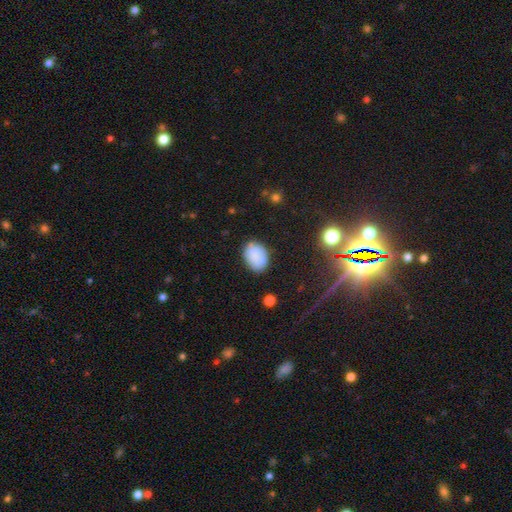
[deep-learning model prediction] smooth-or-featured: smooth: 84% | star or artifact: 9% | featured or disk: 7%
  how-rounded: in between: 74% | round: 25% | cigar-shaped: 1%
  merging: none: 77% | minor disturbance: 17% | major disturbance: 4% | merger: 2%